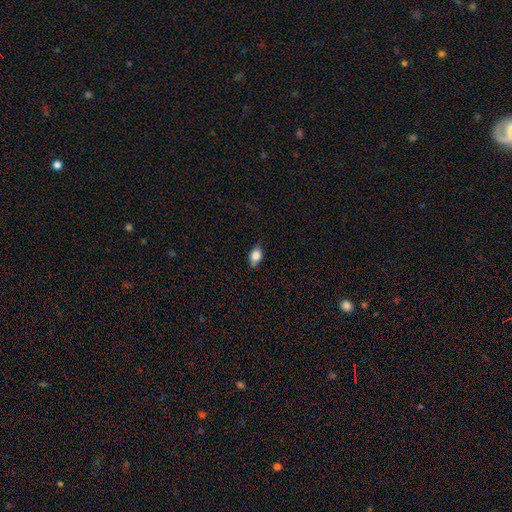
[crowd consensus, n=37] Smooth or featured?
  - smooth: 76% *
  - featured or disk: 16%
  - star or artifact: 8%
How rounded?
  - in between: 64% *
  - round: 32%
  - cigar-shaped: 4%
Merging?
  - none: 68% *
  - minor disturbance: 26%
  - major disturbance: 3%
  - merger: 3%